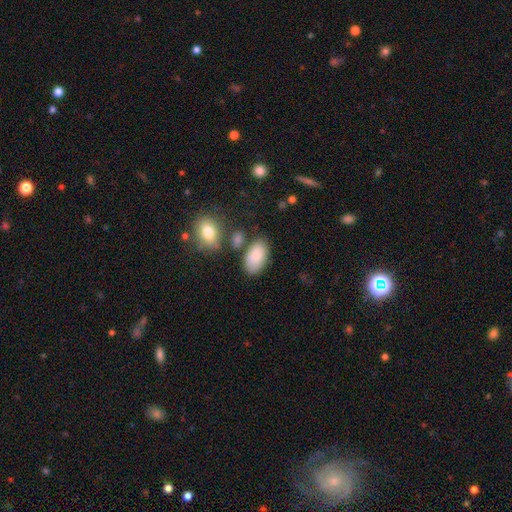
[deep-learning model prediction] Smooth or featured: smooth — 81% (featured or disk — 12%)
How rounded: in between — 94% (round — 5%)
Merging: none — 70% (minor disturbance — 16%)